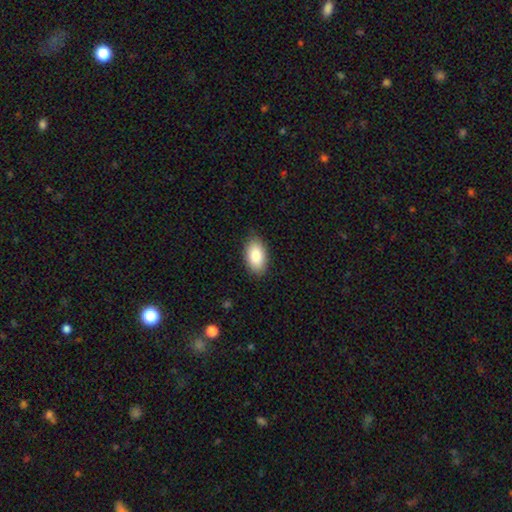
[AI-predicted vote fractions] Q: Smooth or featured?
A: smooth (85%); runner-up: featured or disk (9%)
Q: How rounded?
A: in between (94%); runner-up: round (4%)
Q: Merging?
A: none (85%); runner-up: minor disturbance (12%)